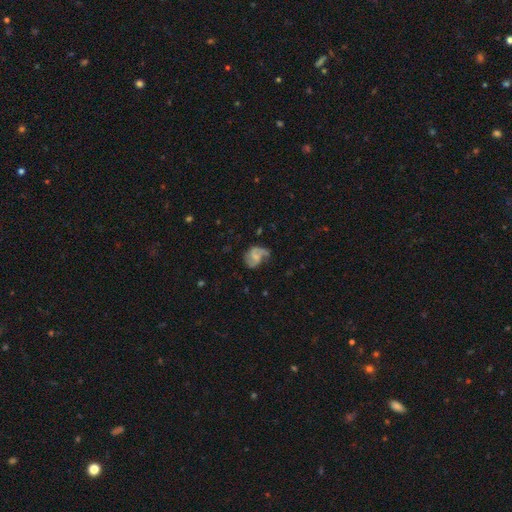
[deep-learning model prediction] A featured or disk galaxy (67%) with no bar (47%), 2 (78%) medium (44%) spiral arms (88%) and a small central bulge (41%). Merging: none (48%).